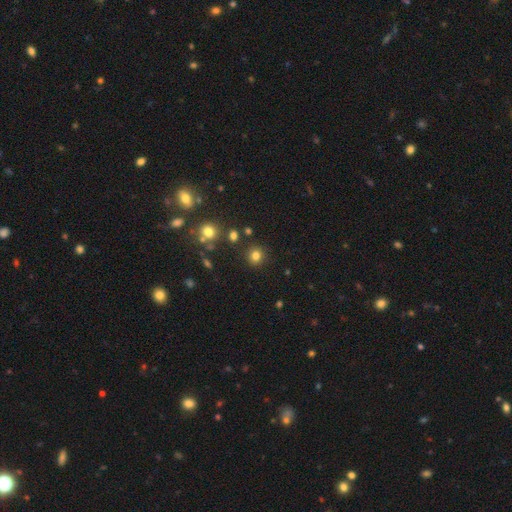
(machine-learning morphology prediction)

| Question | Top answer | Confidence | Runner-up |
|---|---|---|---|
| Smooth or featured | smooth | 79% | star or artifact (15%) |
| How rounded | round | 90% | in between (9%) |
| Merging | none | 87% | minor disturbance (7%) |